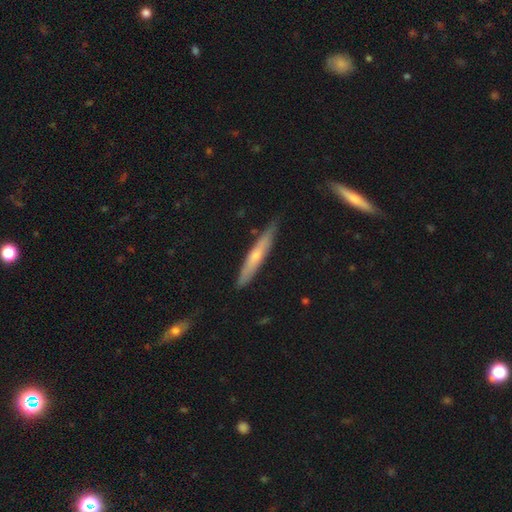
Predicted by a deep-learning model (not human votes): Smooth or featured: featured or disk — 49% (smooth — 45%)
Merging: none — 83% (minor disturbance — 14%)